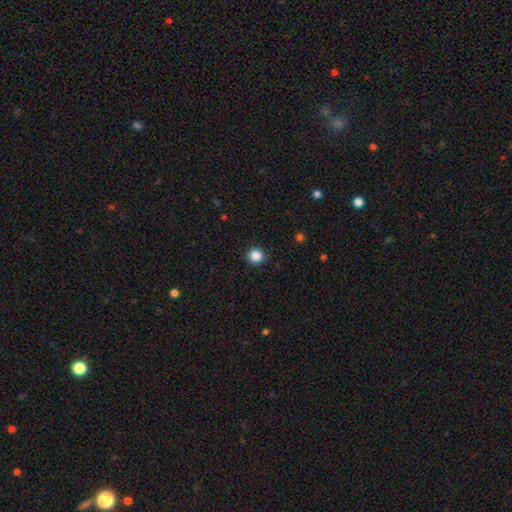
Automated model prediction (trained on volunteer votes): A smooth galaxy with no disk features (86%) that is round (94%).

Vote fractions:
- Smooth or featured? smooth: 86% / star or artifact: 11% / featured or disk: 3%
- How rounded? round: 94% / in between: 5% / cigar-shaped: 1%
- Merging? none: 93% / minor disturbance: 5% / major disturbance: 2% / merger: 1%